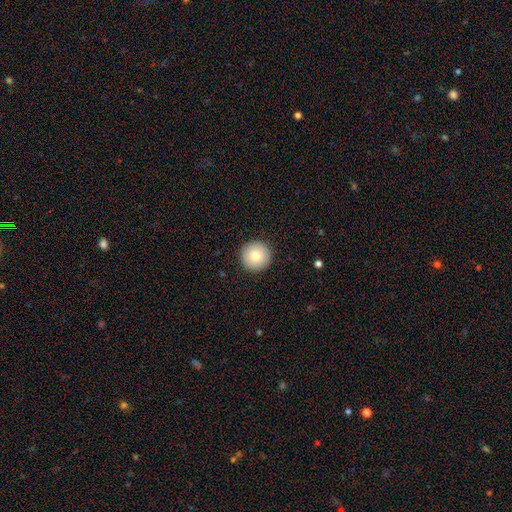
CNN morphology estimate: A smooth galaxy with no disk features (81%) that is round (97%).

Vote fractions:
- Smooth or featured? smooth: 81% / featured or disk: 11% / star or artifact: 8%
- How rounded? round: 97% / in between: 2% / cigar-shaped: 1%
- Merging? none: 93% / minor disturbance: 5% / major disturbance: 1% / merger: 1%